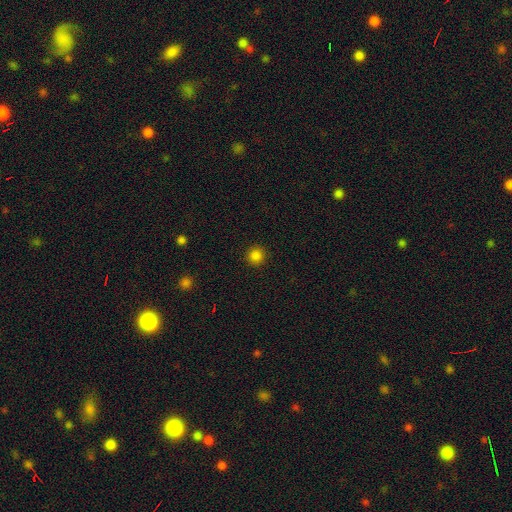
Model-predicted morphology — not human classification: Overall: smooth (84%). How rounded: round (94%). Merging: none (92%).